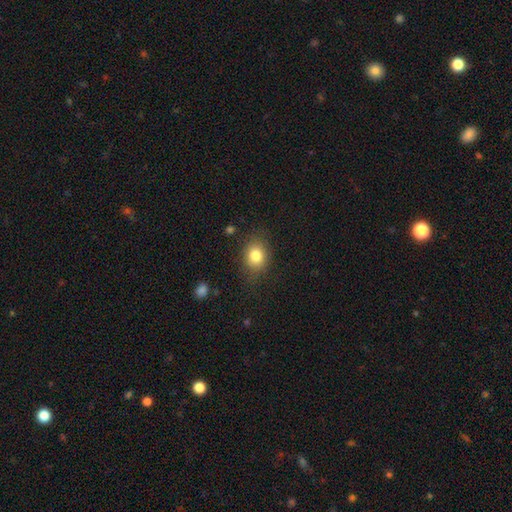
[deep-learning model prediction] A smooth galaxy with no disk features (82%) that is round (50%).

Vote fractions:
- Smooth or featured? smooth: 82% / star or artifact: 10% / featured or disk: 8%
- How rounded? round: 50% / in between: 49% / cigar-shaped: 1%
- Merging? none: 80% / minor disturbance: 14% / major disturbance: 4% / merger: 1%